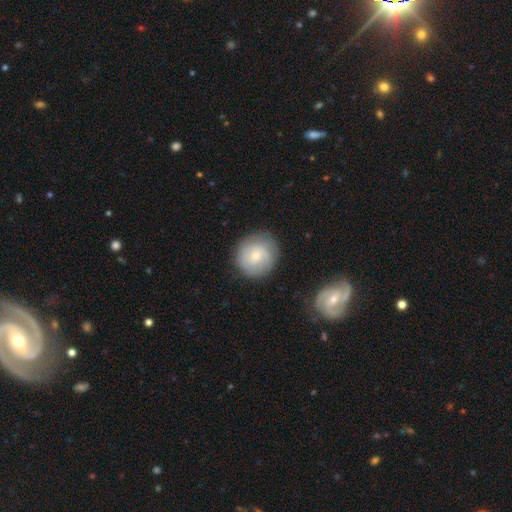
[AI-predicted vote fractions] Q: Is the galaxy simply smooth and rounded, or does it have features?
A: smooth — 55%.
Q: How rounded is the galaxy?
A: round — 87%.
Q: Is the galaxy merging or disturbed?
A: none — 81%.